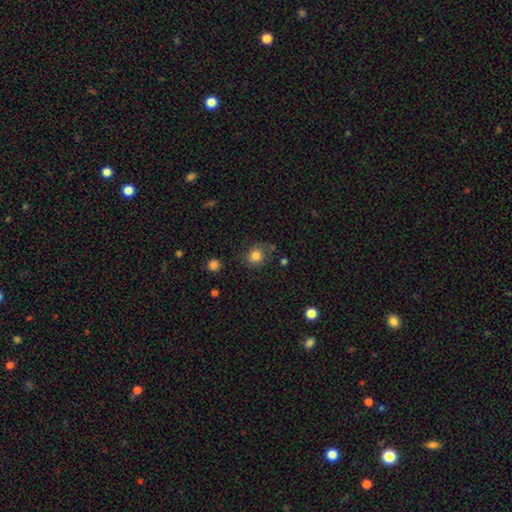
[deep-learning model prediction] This is likely a smooth galaxy (79%). How rounded: likely round (75%). Merging: likely none (61%).